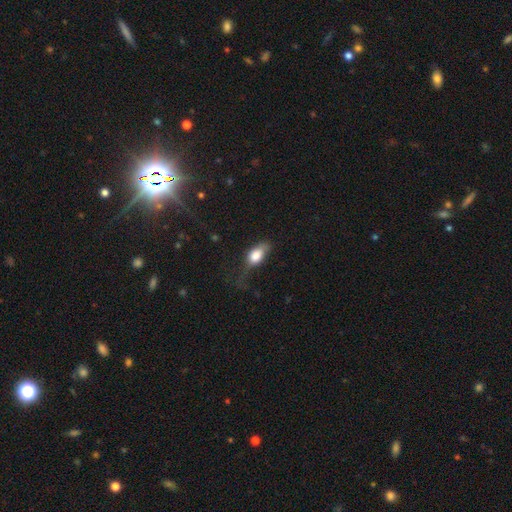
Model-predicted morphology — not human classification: The model was most divided on "merging": major disturbance: 34%, minor disturbance: 33%, none: 30%, merger: 3%. More confident: how rounded — in between (84%); smooth or featured — smooth (76%).